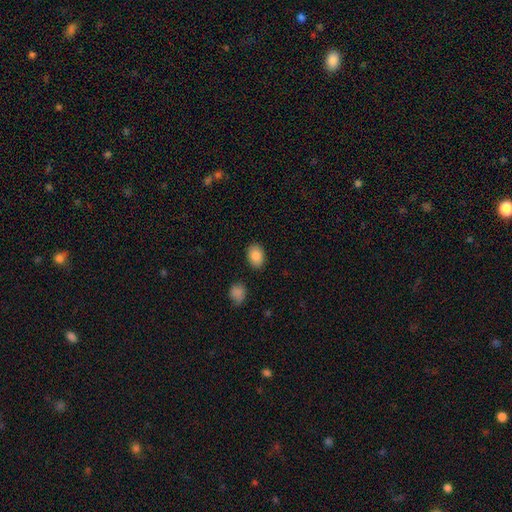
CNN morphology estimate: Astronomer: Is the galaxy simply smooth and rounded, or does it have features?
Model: smooth — 86%.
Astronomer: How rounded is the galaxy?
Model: in between — 79%.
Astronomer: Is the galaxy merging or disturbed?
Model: none — 86%.